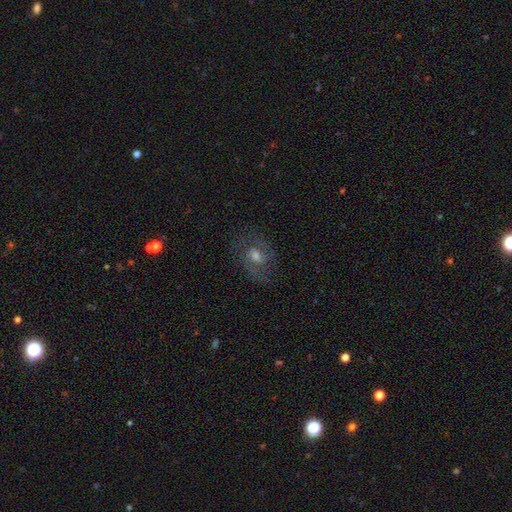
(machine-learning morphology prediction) This appears to be a featured or disk galaxy (70%) with a weak bar (49%), 2 (81%) medium (54%) spiral arms (90%) and a moderate central bulge (56%). Merging: none (75%).